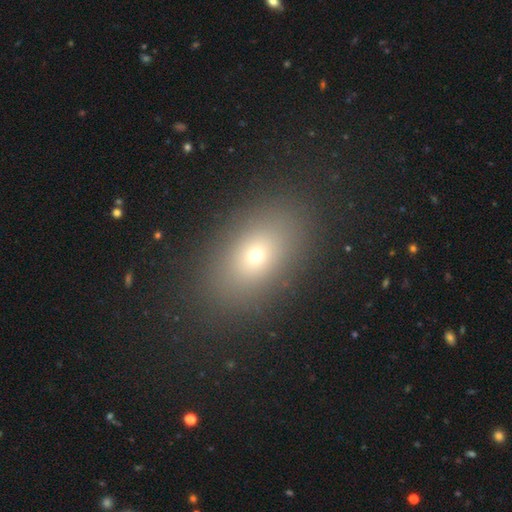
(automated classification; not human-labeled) smooth 67%, star or artifact 19%, featured or disk 14%. Down the decision tree: how rounded — in between (73%); merging — none (86%).